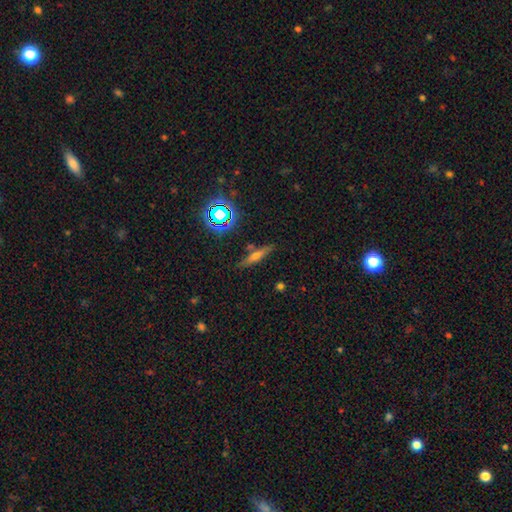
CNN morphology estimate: Smooth or featured: smooth — 46% (featured or disk — 38%)
Merging: none — 80% (minor disturbance — 12%)